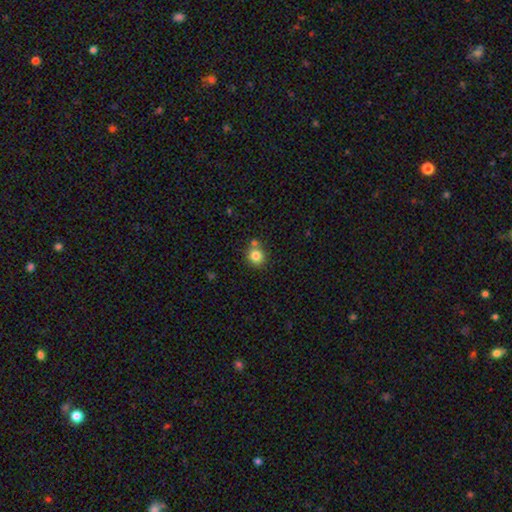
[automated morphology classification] Smooth or featured? Predicted: smooth (p=0.82). How rounded? Predicted: round (p=0.83). Merging? Predicted: none (p=0.68).